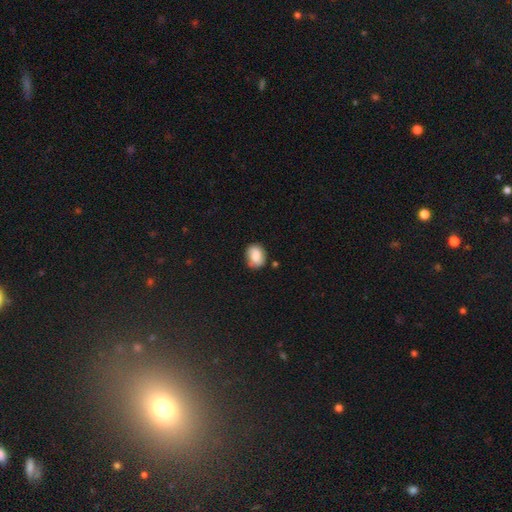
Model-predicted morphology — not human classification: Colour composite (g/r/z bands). It shows a smooth galaxy with no disk features (75%) that is in between round and cigar-shaped (52%). Merging: none (73%).